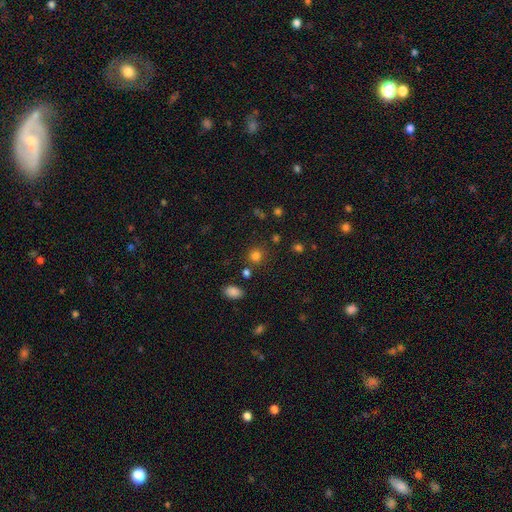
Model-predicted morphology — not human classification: smooth 79%, star or artifact 15%, featured or disk 5%. Down the decision tree: how rounded — round (88%); merging — none (82%).